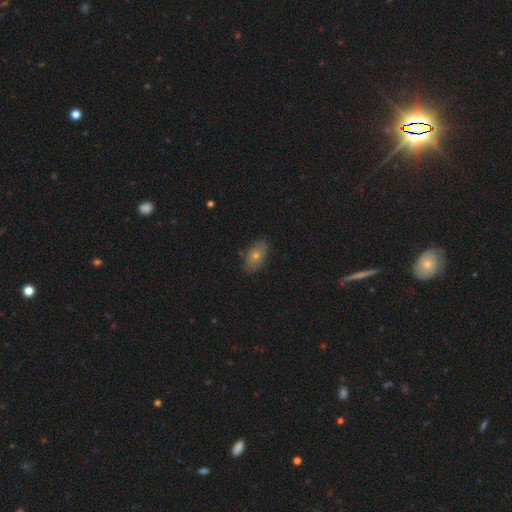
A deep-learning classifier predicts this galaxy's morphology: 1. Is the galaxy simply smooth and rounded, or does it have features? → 69% smooth, 19% featured or disk, 12% star or artifact.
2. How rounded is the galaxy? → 88% in between, 8% round, 4% cigar-shaped.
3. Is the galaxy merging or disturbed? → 85% none, 12% minor disturbance, 2% major disturbance, 1% merger.